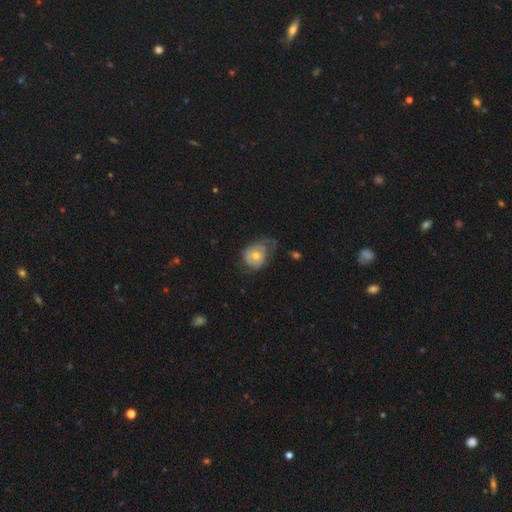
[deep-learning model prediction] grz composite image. It shows a smooth galaxy with no disk features (48%). Merging: none (38%).